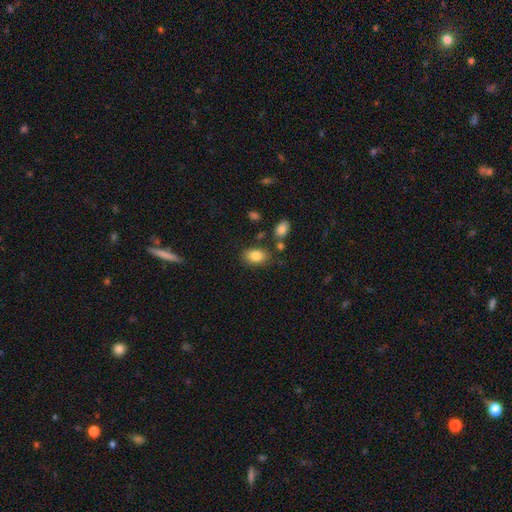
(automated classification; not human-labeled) This is clearly a smooth galaxy (83%). How rounded: clearly in between (86%). Merging: likely none (76%).